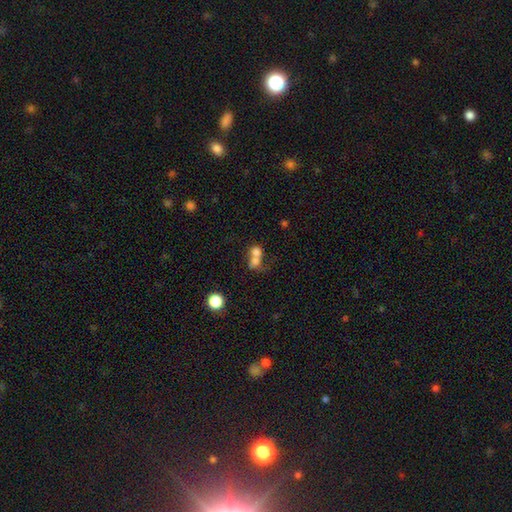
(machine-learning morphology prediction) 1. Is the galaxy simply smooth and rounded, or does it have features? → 69% smooth, 19% featured or disk, 12% star or artifact.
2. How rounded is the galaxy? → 67% round, 31% in between, 1% cigar-shaped.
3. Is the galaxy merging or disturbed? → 71% merger, 19% none, 5% major disturbance, 5% minor disturbance.